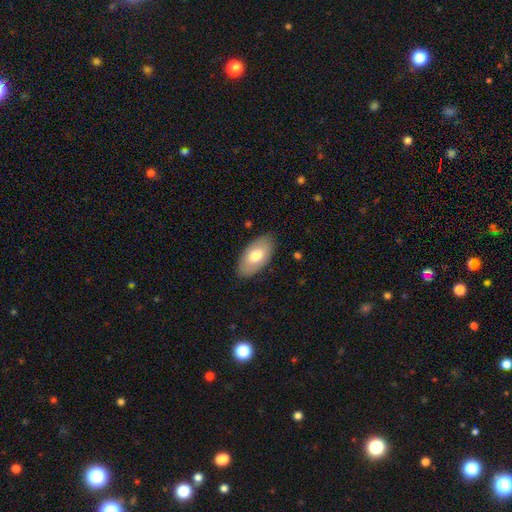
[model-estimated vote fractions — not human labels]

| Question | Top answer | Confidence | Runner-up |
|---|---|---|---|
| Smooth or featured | smooth | 70% | featured or disk (25%) |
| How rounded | in between | 95% | round (3%) |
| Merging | none | 84% | minor disturbance (12%) |